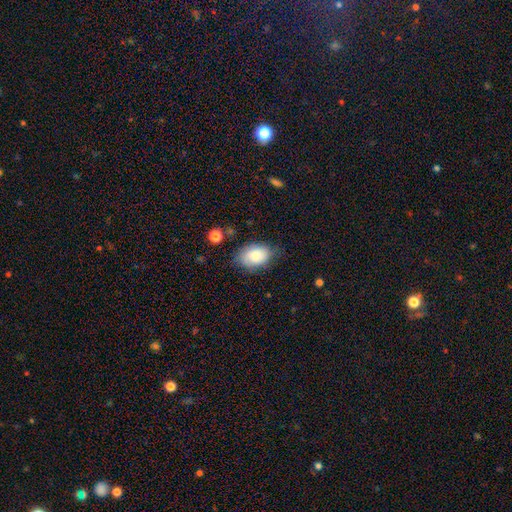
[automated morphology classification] smooth-or-featured: smooth: 83% | featured or disk: 10% | star or artifact: 7%
  how-rounded: in between: 87% | round: 12% | cigar-shaped: 1%
  merging: none: 69% | minor disturbance: 24% | major disturbance: 6% | merger: 2%